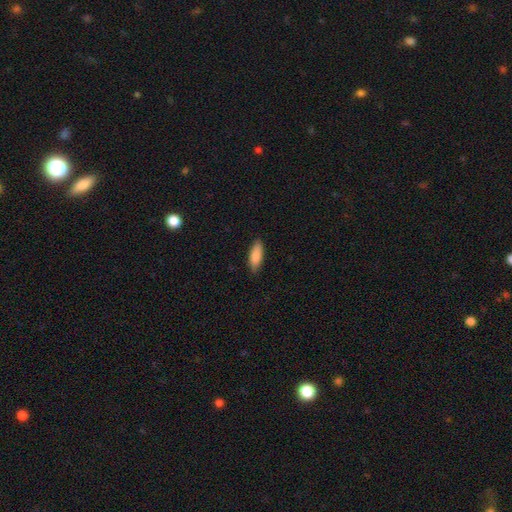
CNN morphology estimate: A smooth galaxy with no disk features (88%) that is in between round and cigar-shaped (68%). Merging: none (86%).